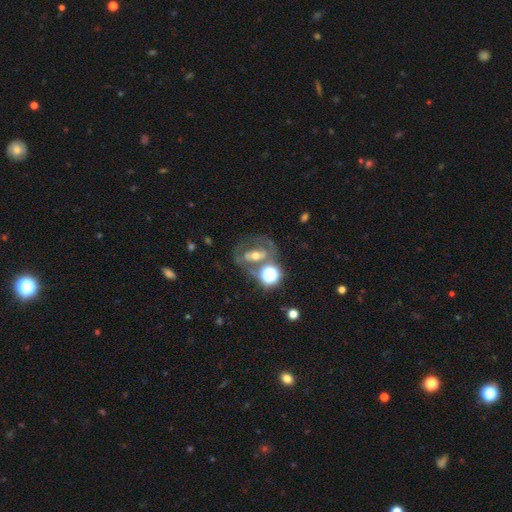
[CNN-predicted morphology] This is possibly a featured or disk galaxy (56%). It is clearly not viewed edge-on (91%). Bar: marginally no (41%). Spiral arm pattern: possibly no (57%). Central bulge: likely moderate (61%). Merging: possibly none (53%).